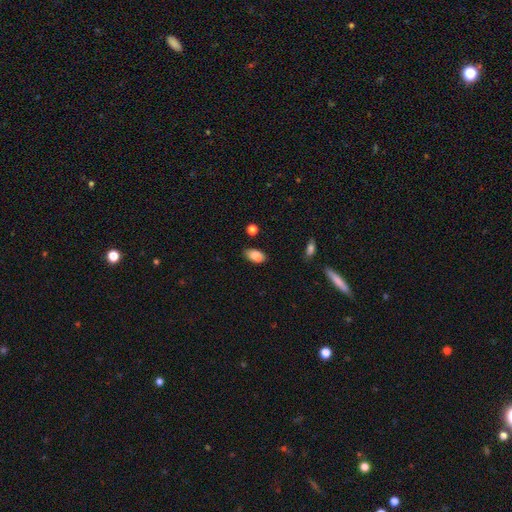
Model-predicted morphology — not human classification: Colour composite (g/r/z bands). It shows a smooth galaxy with no disk features (87%) that is in between round and cigar-shaped (94%). Merging: none (83%).